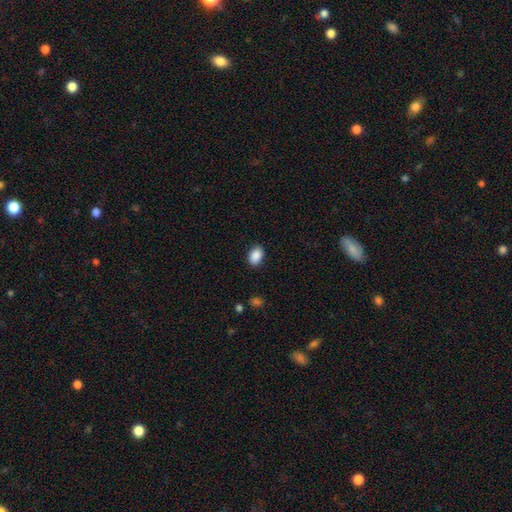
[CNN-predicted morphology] This appears to be a smooth galaxy with no disk features (89%) that is in between round and cigar-shaped (80%). Merging: none (88%).